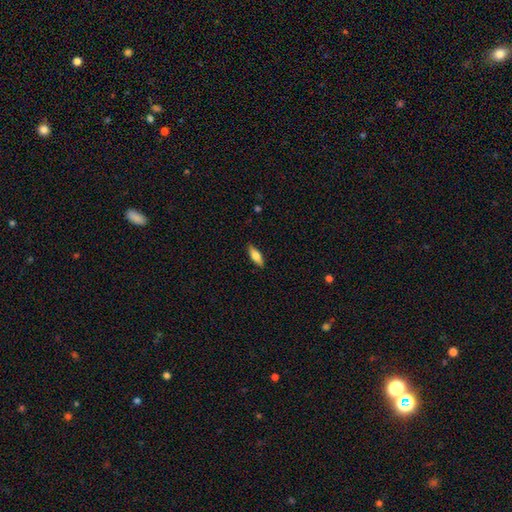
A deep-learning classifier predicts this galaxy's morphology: Smooth or featured? smooth (66%)
How rounded? in between (62%)
Merging? none (88%)